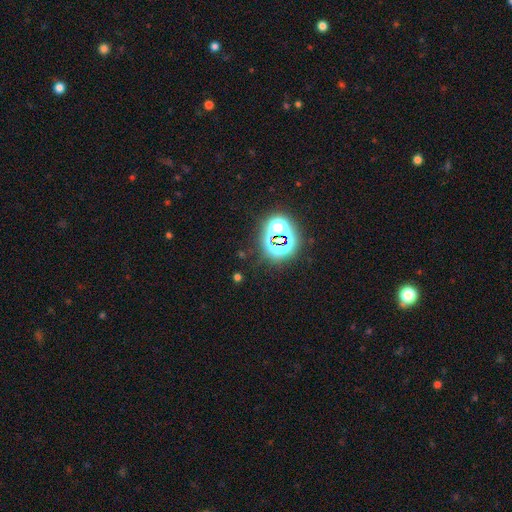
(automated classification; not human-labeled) Morphology: type=star or artifact (81%).